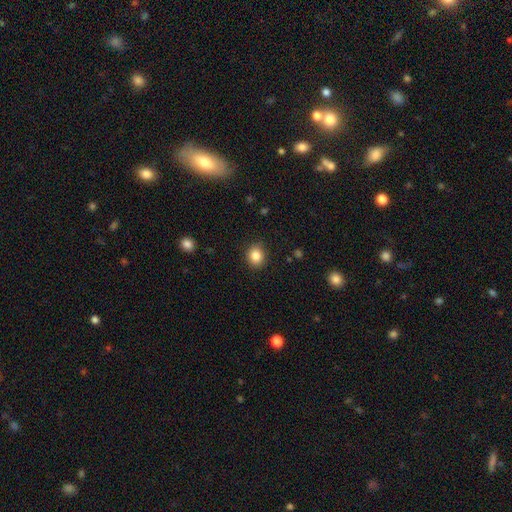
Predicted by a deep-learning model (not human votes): smooth-or-featured: smooth: 85% | star or artifact: 10% | featured or disk: 5%
  how-rounded: round: 71% | in between: 28% | cigar-shaped: 1%
  merging: none: 88% | minor disturbance: 8% | major disturbance: 2% | merger: 1%